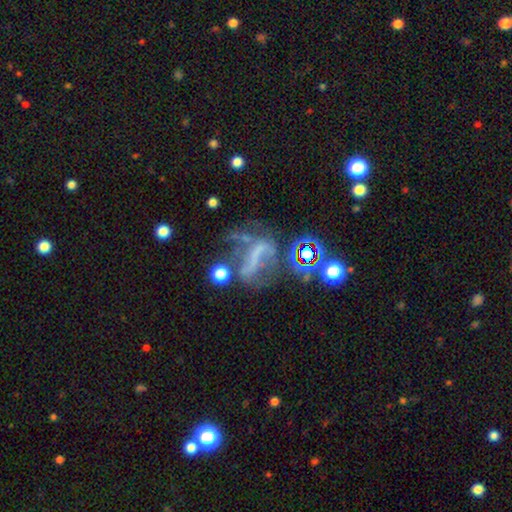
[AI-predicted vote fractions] Smooth or featured? Predicted: featured or disk (p=0.51). Edge-on disk? Predicted: no (p=0.90). Merging? Predicted: major disturbance (p=0.37).